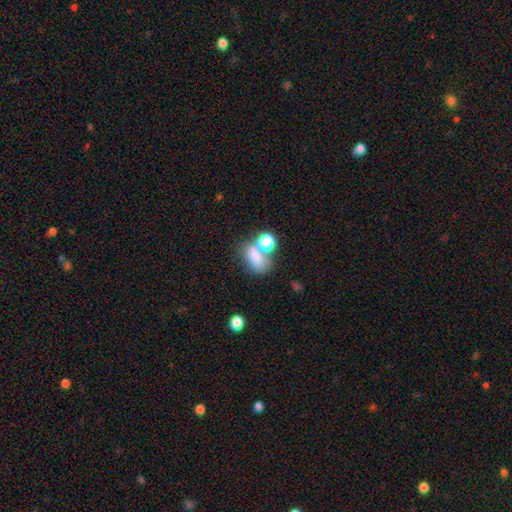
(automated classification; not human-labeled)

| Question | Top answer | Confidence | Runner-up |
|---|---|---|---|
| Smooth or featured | smooth | 72% | star or artifact (14%) |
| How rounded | in between | 76% | round (21%) |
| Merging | merger | 40% | none (36%) |